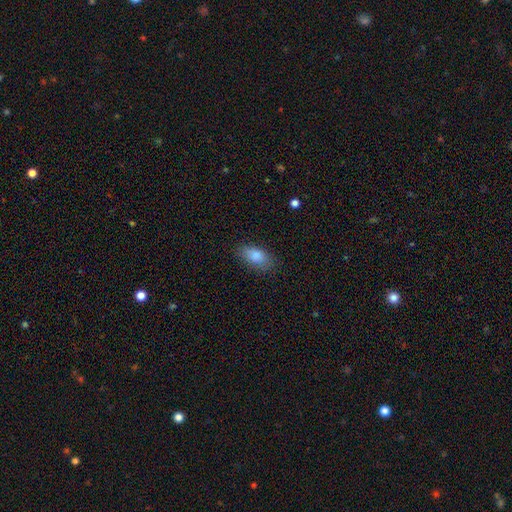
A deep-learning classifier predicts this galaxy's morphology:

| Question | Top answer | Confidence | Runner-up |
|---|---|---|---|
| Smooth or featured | smooth | 85% | star or artifact (8%) |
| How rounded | in between | 90% | cigar-shaped (6%) |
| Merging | none | 78% | minor disturbance (16%) |